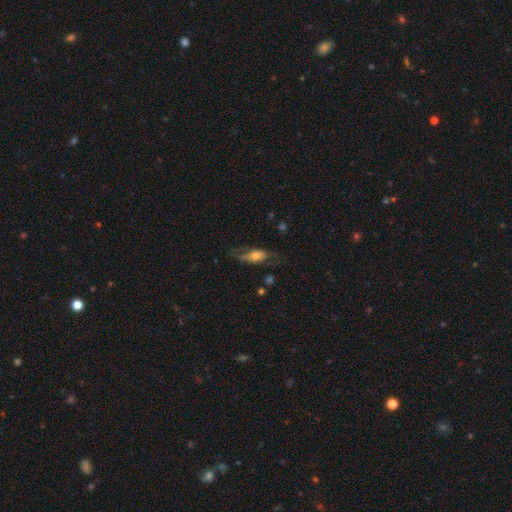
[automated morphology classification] type=smooth (50%); roundness=in between (73%); merging=none (52%).